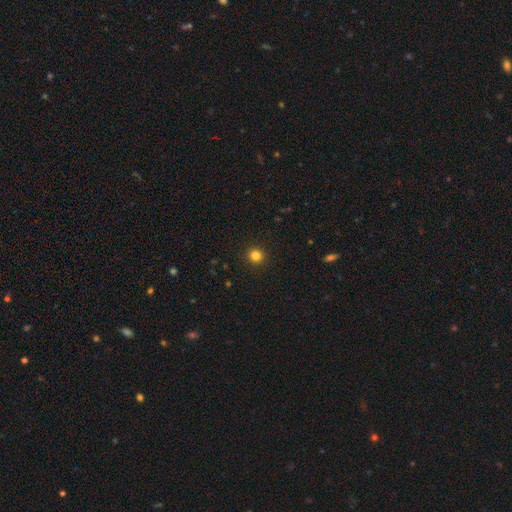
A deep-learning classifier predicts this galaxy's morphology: This is clearly a smooth galaxy (83%). How rounded: clearly round (92%). Merging: clearly none (93%).